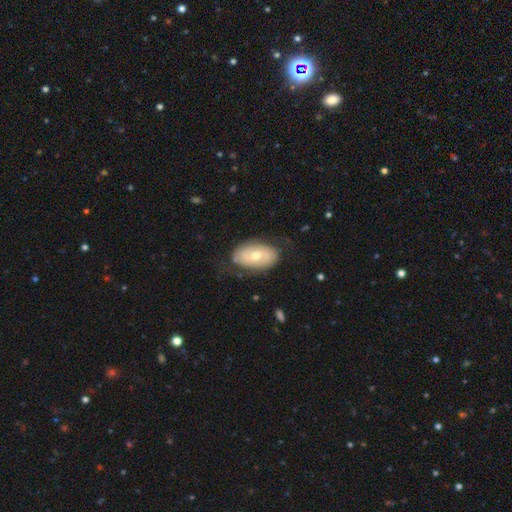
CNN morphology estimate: This is possibly a featured or disk galaxy (55%). It is clearly not viewed edge-on (92%). Bar: likely no (65%). Spiral arm pattern: likely yes (60%). Central bulge: possibly moderate (58%). Merging: likely none (69%).